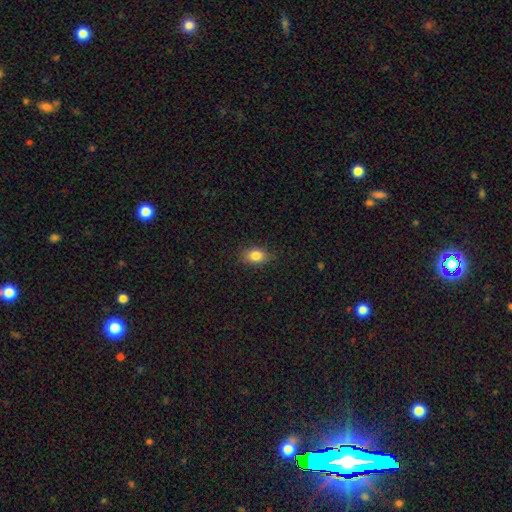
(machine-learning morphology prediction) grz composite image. It shows a smooth galaxy with no disk features (83%) that is in between round and cigar-shaped (77%). Merging: none (85%).